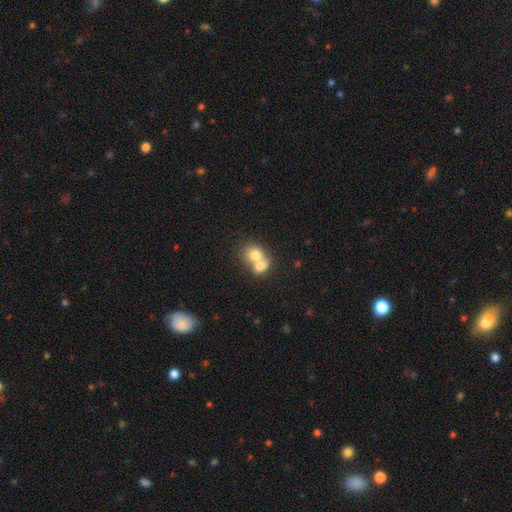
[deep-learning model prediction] Smooth or featured? Predicted: smooth (p=0.75). How rounded? Predicted: round (p=0.57). Merging? Predicted: merger (p=0.73).